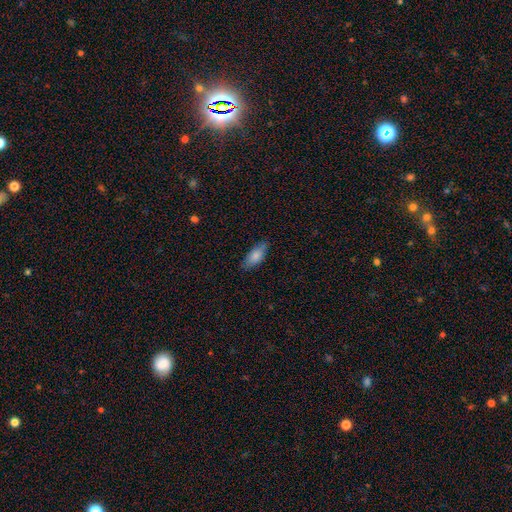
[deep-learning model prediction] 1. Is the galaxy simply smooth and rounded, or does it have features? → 80% smooth, 13% featured or disk, 6% star or artifact.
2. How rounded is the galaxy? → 81% in between, 17% cigar-shaped, 2% round.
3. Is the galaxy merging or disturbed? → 79% none, 17% minor disturbance, 3% major disturbance, 1% merger.